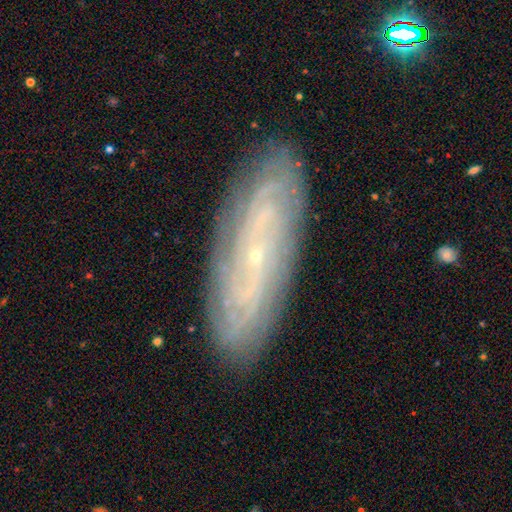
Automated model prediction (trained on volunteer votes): A featured or disk galaxy (77%) with no bar (66%), tight (64%) spiral arms (92%) and a small central bulge (89%). Merging: none (86%).